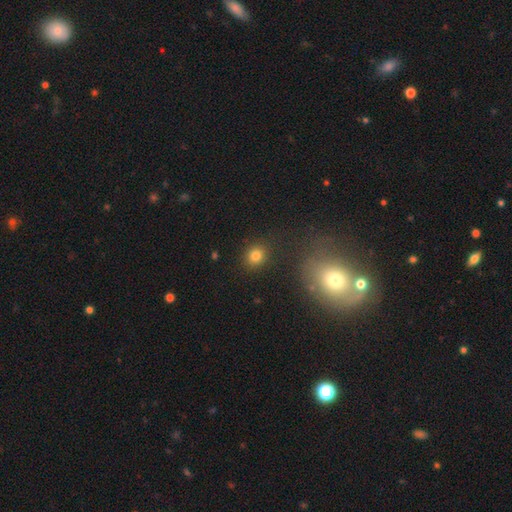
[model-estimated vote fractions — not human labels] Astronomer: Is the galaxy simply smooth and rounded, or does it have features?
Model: smooth — 82%.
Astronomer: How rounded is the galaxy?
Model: round — 75%.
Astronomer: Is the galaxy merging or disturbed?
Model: none — 86%.